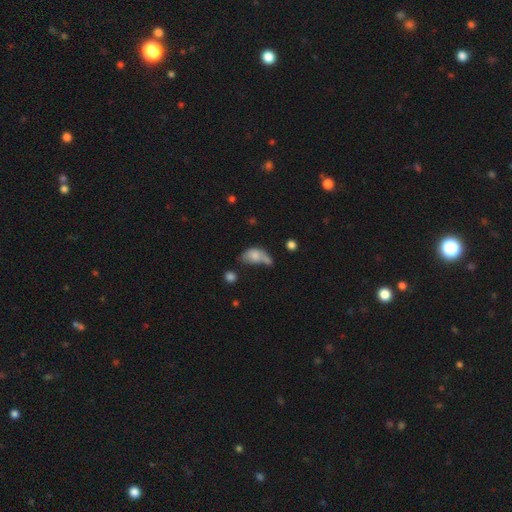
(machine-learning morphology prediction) This appears to be a smooth galaxy with no disk features (70%) that is in between round and cigar-shaped (83%). Merging: merger (31%).